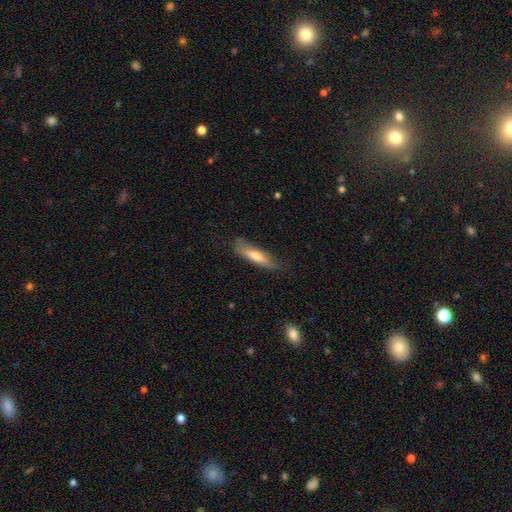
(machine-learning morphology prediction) Overall: smooth (65%; featured or disk 30%). How rounded: cigar-shaped (75%). Merging: none (74%).